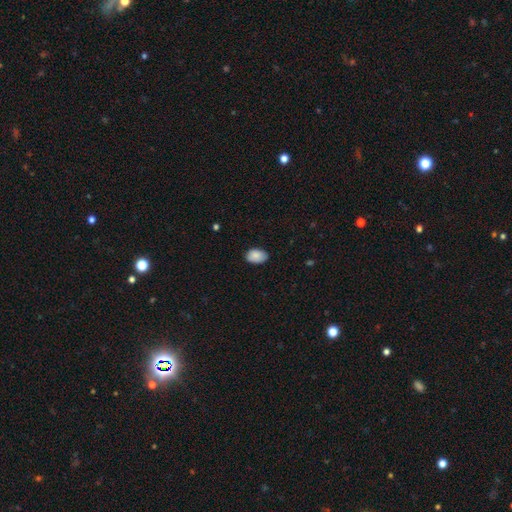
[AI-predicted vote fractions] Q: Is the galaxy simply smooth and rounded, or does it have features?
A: smooth — 87%.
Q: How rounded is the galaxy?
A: in between — 86%.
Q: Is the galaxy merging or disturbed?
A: none — 80%.